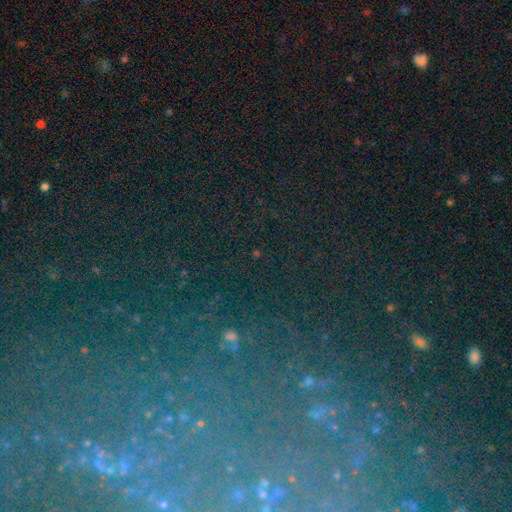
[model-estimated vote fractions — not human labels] The model was most divided on "smooth or featured": star or artifact: 69%, featured or disk: 16%, smooth: 15%.